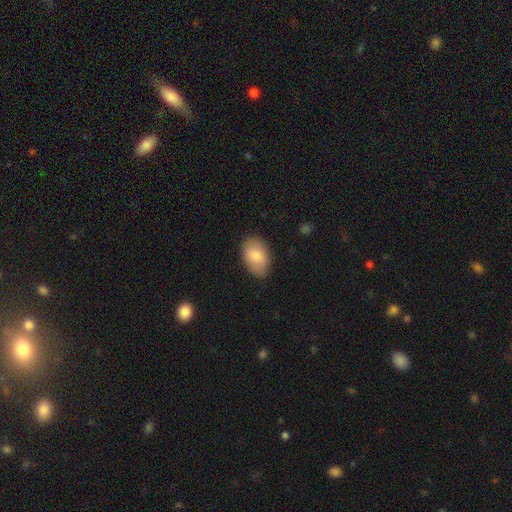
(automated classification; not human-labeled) Smooth or featured: smooth — 79% (featured or disk — 15%)
How rounded: in between — 90% (round — 8%)
Merging: none — 84% (minor disturbance — 12%)